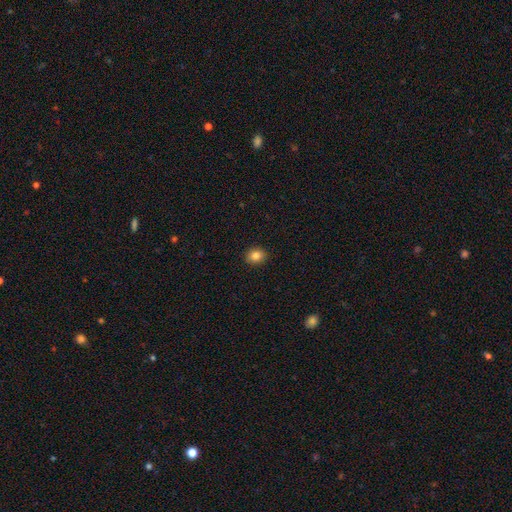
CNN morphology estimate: Smooth or featured? Predicted: smooth (p=0.83). How rounded? Predicted: round (p=0.63). Merging? Predicted: none (p=0.91).